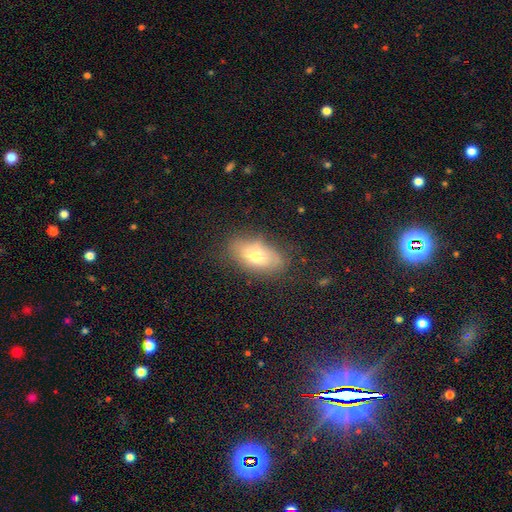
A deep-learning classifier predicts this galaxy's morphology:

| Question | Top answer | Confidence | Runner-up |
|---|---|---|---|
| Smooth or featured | smooth | 67% | featured or disk (24%) |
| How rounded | in between | 90% | round (6%) |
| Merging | none | 74% | minor disturbance (19%) |